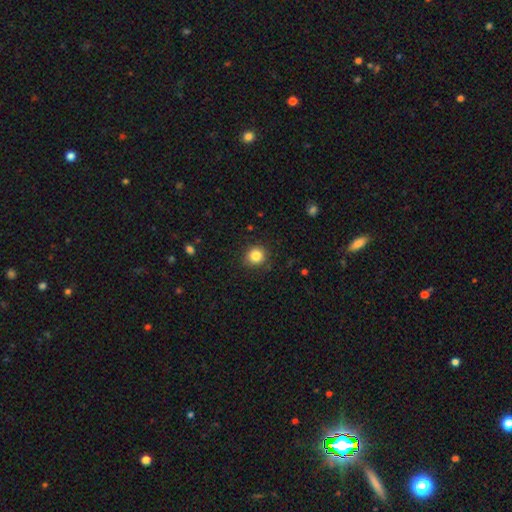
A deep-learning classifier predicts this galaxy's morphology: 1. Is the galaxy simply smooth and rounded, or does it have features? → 84% smooth, 11% star or artifact, 6% featured or disk.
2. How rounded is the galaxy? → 89% round, 10% in between, 1% cigar-shaped.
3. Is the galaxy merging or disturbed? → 86% none, 10% minor disturbance, 3% major disturbance, 1% merger.